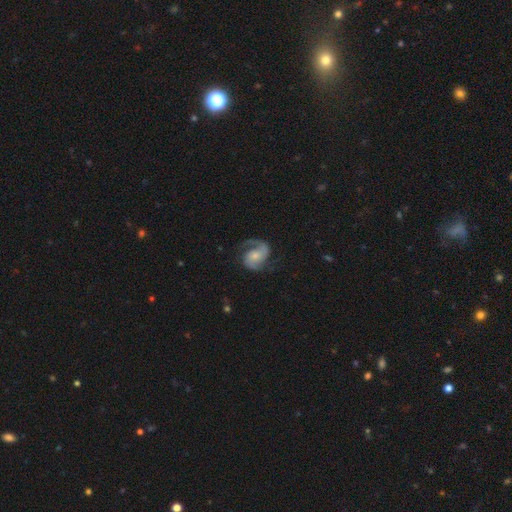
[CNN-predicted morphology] A featured or disk galaxy (85%) with no bar (60%), 2 (80%) medium (51%) spiral arms (97%) and a small central bulge (44%).

Vote fractions:
- Smooth or featured? featured or disk: 85% / smooth: 10% / star or artifact: 5%
- Edge-on disk? no: 98% / yes: 2%
- Bar? no: 60% / weak: 32% / strong: 8%
- Spiral arms? yes: 97% / no: 3%
- Spiral winding? medium: 51% / loose: 27% / tight: 22%
- Spiral arm count? 2: 80% / 1: 14% / can't tell: 3% / 3: 1% / 4: 1% / more than 4: 1%
- Bulge size? small: 44% / moderate: 39% / none: 9% / large: 6% / dominant: 2%
- Merging? none: 68% / minor disturbance: 17% / major disturbance: 13% / merger: 2%